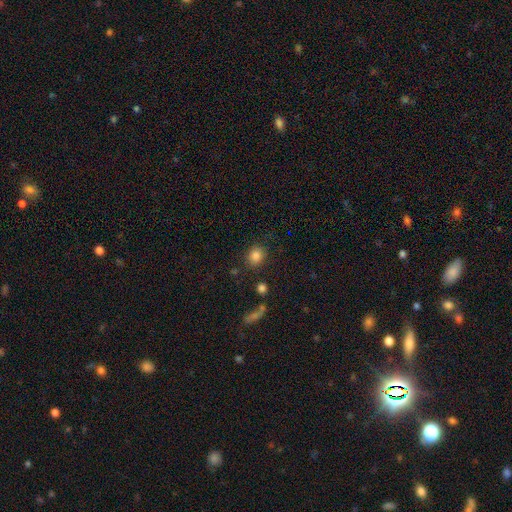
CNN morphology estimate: A smooth galaxy with no disk features (84%) that is round (68%). Merging: none (84%).